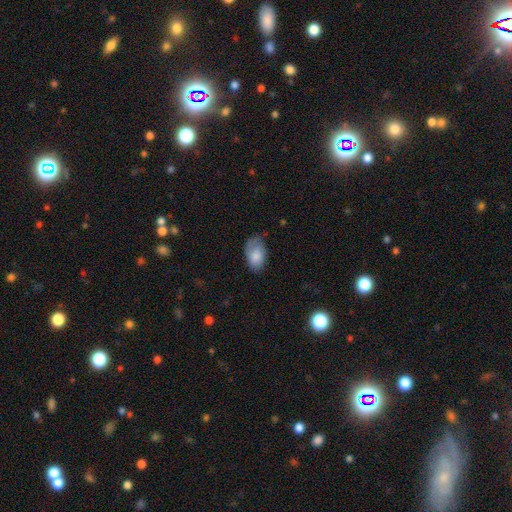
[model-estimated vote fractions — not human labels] Overall: smooth (82%). How rounded: in between (93%). Merging: none (60%; minor disturbance 30%).